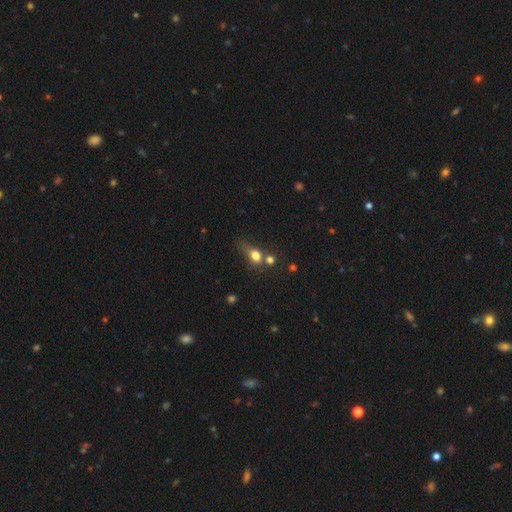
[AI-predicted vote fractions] Smooth or featured? smooth (75%)
How rounded? in between (54%)
Merging? none (33%)